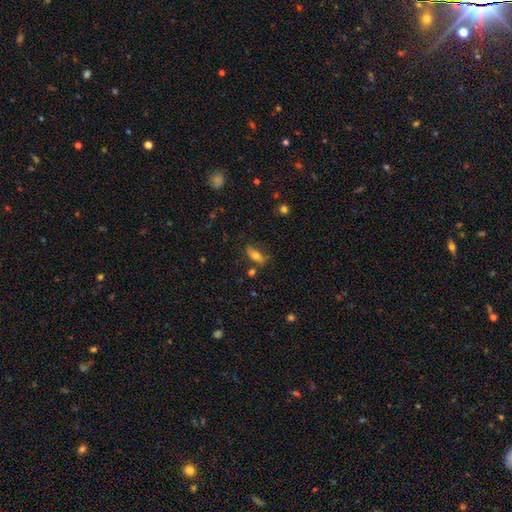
smooth-or-featured: smooth: 71% | featured or disk: 24% | star or artifact: 5%
  how-rounded: in between: 78% | cigar-shaped: 19% | round: 4%
  merging: none: 61% | minor disturbance: 22% | merger: 11% | major disturbance: 6%